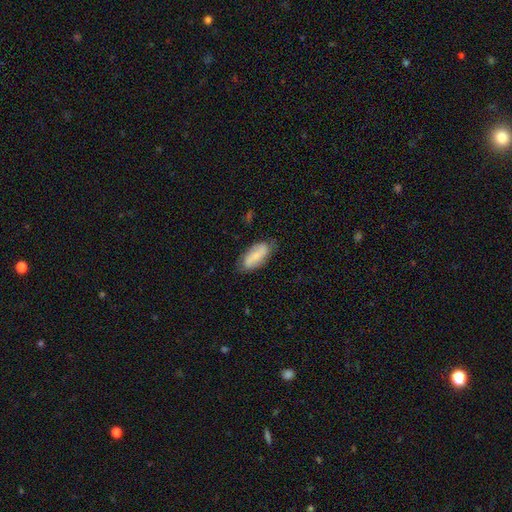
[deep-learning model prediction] Q: Smooth or featured?
A: smooth (58%); runner-up: featured or disk (35%)
Q: How rounded?
A: in between (85%); runner-up: cigar-shaped (12%)
Q: Merging?
A: none (74%); runner-up: minor disturbance (20%)